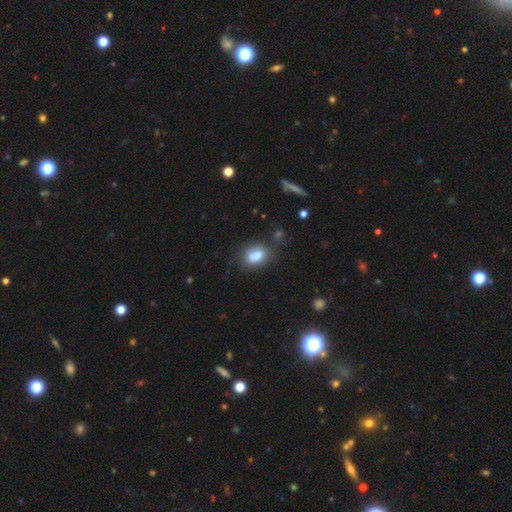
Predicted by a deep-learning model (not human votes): Q: Smooth or featured?
A: smooth (81%); runner-up: star or artifact (10%)
Q: How rounded?
A: in between (78%); runner-up: round (20%)
Q: Merging?
A: none (61%); runner-up: minor disturbance (19%)